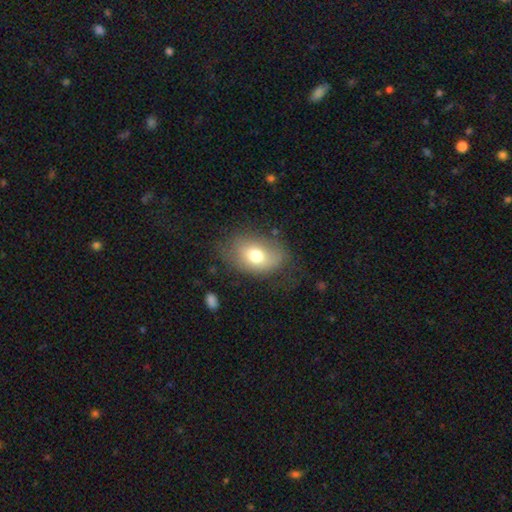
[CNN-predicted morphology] The model was most divided on "merging": none: 61%, minor disturbance: 24%, major disturbance: 14%, merger: 2%. More confident: how rounded — in between (76%); smooth or featured — smooth (71%).